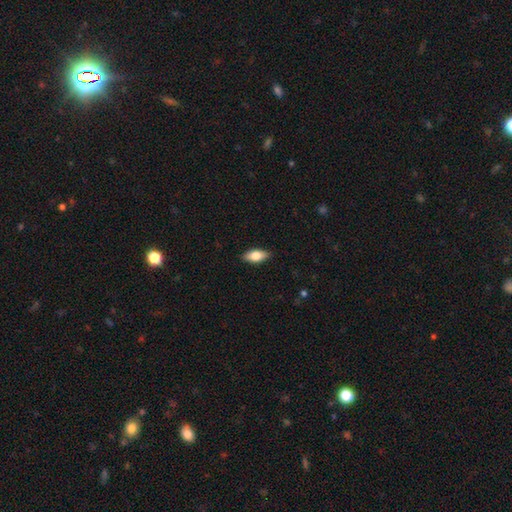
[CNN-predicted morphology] Smooth or featured: smooth — 74% (featured or disk — 20%)
How rounded: in between — 85% (cigar-shaped — 11%)
Merging: none — 88% (minor disturbance — 9%)